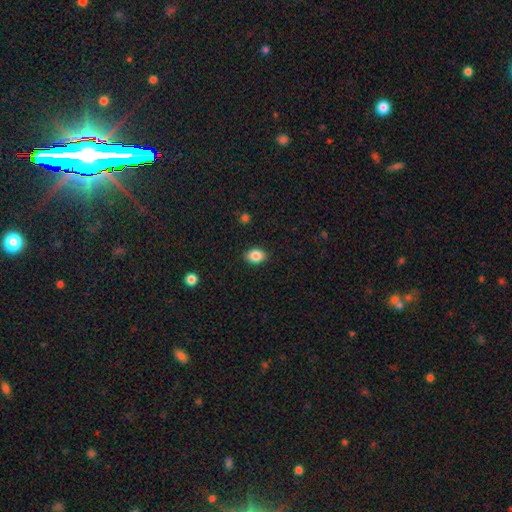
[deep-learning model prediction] This is clearly a smooth galaxy (86%). How rounded: likely in between (74%). Merging: clearly none (88%).